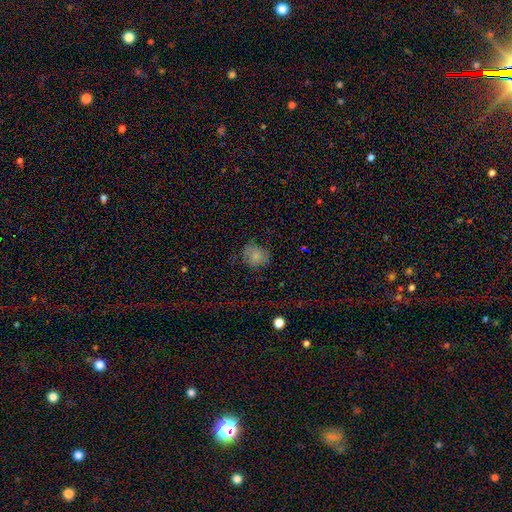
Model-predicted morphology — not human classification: This is likely a smooth galaxy (74%). How rounded: likely round (69%). Merging: likely none (61%).